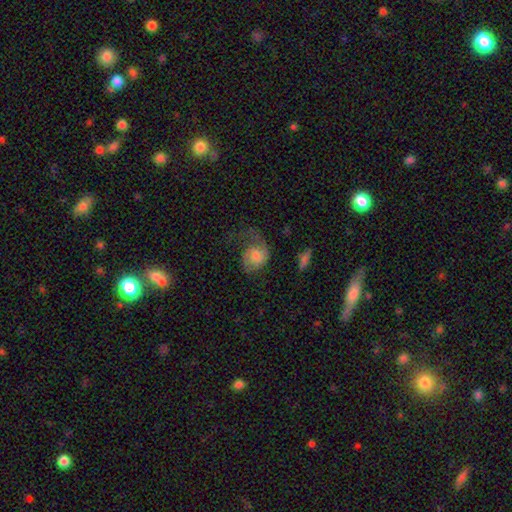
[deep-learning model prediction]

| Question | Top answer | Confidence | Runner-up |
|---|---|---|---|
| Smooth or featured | smooth | 48% | featured or disk (44%) |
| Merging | major disturbance | 48% | none (28%) |